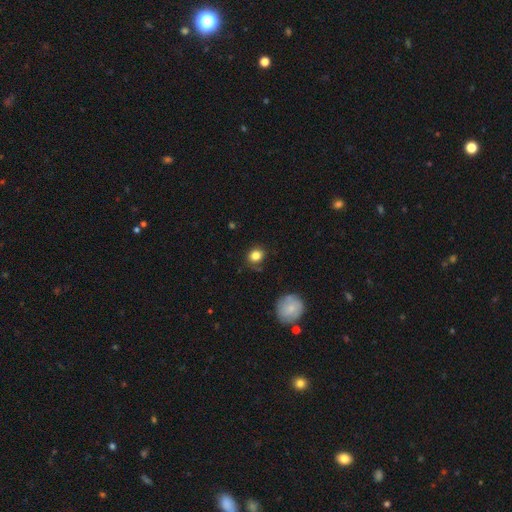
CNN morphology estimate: Smooth or featured: smooth — 83% (star or artifact — 10%)
How rounded: round — 72% (in between — 27%)
Merging: none — 80% (minor disturbance — 14%)